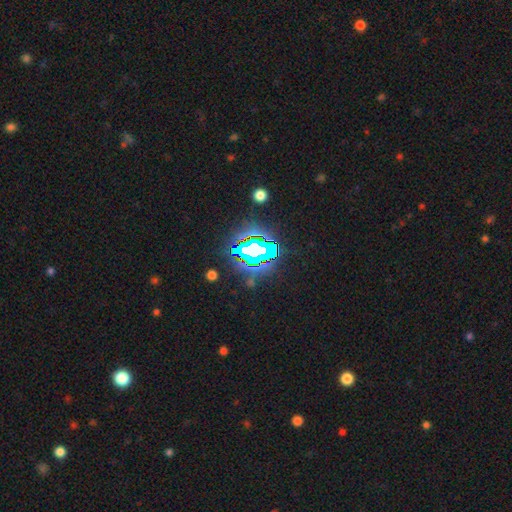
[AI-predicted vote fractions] The model was most divided on "smooth or featured": star or artifact: 83%, smooth: 11%, featured or disk: 7%.